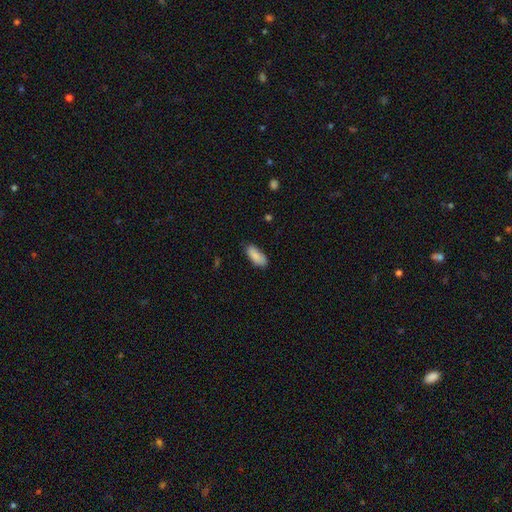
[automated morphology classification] Smooth or featured? smooth (88%)
How rounded? in between (84%)
Merging? none (77%)